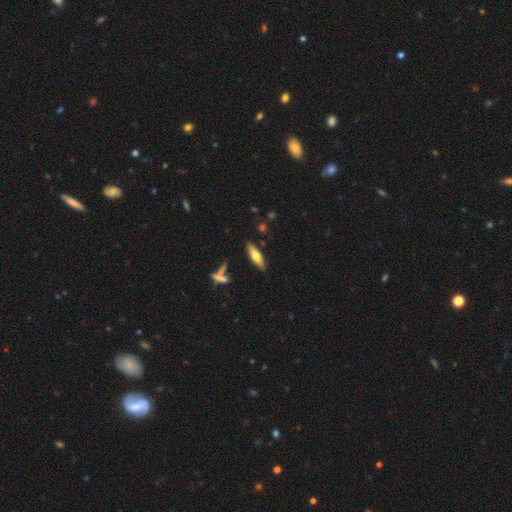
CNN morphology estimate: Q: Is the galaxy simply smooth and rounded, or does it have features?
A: smooth — 64%.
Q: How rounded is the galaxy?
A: cigar-shaped — 52%.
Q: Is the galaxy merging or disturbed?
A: none — 83%.